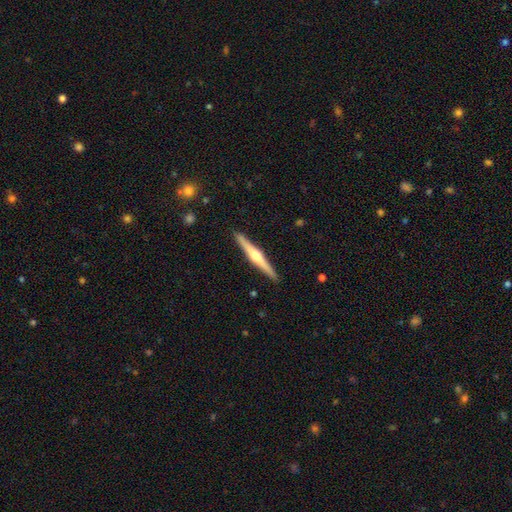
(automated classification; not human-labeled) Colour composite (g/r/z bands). It shows a featured or disk galaxy (76%) viewed edge-on (98%) with a rounded central bulge (92%). Merging: none (92%).